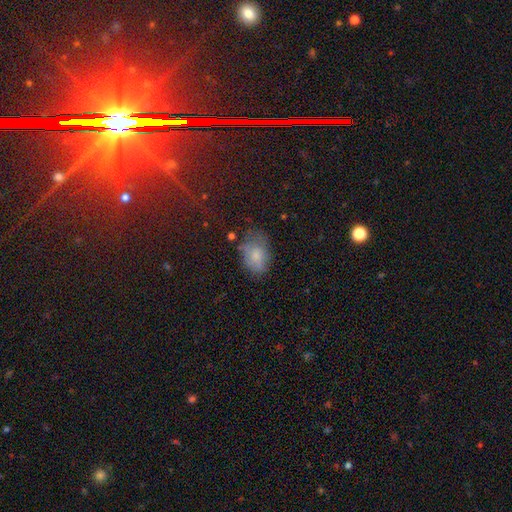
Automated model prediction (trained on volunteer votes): smooth_or_featured: smooth (p=0.71) [alt: featured or disk p=0.17]
how_rounded: in between (p=0.79) [alt: round p=0.19]
merging: none (p=0.53) [alt: minor disturbance p=0.31]